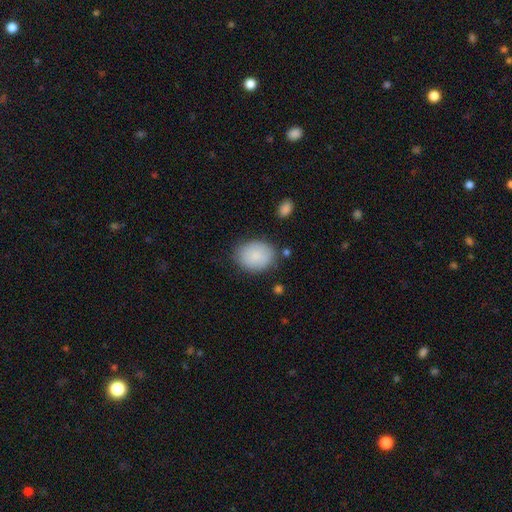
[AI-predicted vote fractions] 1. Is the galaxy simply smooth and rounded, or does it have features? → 85% smooth, 8% featured or disk, 6% star or artifact.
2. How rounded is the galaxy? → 58% in between, 41% round, 1% cigar-shaped.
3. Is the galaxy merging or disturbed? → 78% none, 16% minor disturbance, 4% major disturbance, 3% merger.